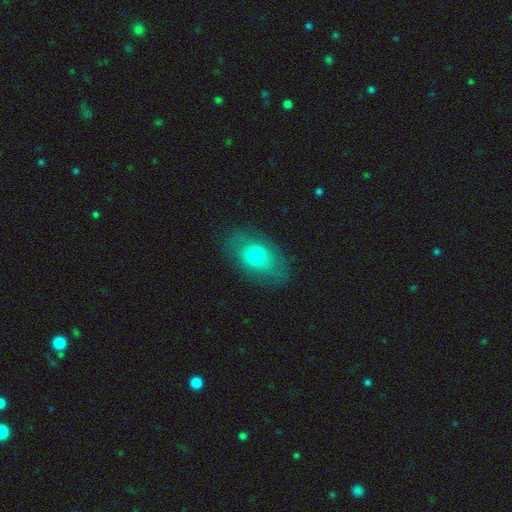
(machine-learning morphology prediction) Smooth or featured?
  - smooth: 61% *
  - featured or disk: 31%
  - star or artifact: 8%
How rounded?
  - in between: 86% *
  - round: 13%
  - cigar-shaped: 2%
Merging?
  - none: 72% *
  - minor disturbance: 19%
  - major disturbance: 8%
  - merger: 1%